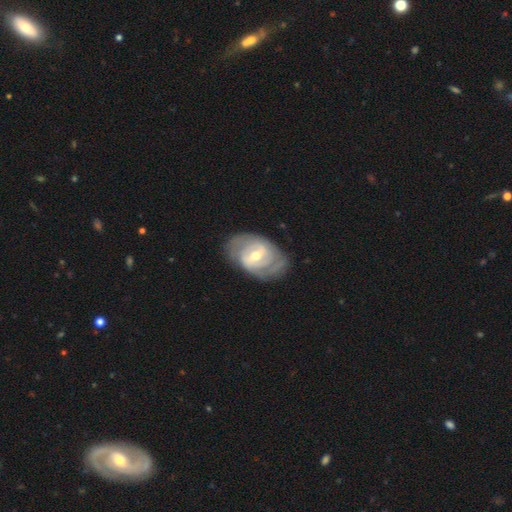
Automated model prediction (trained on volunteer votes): This is clearly a featured or disk galaxy (83%). It is clearly not viewed edge-on (96%). Bar: possibly weak (50%). Spiral arm pattern: clearly yes (90%). Spiral arm count: possibly 2 (56%). Spiral winding: possibly tight (55%). Central bulge: possibly moderate (60%). Merging: likely none (72%).